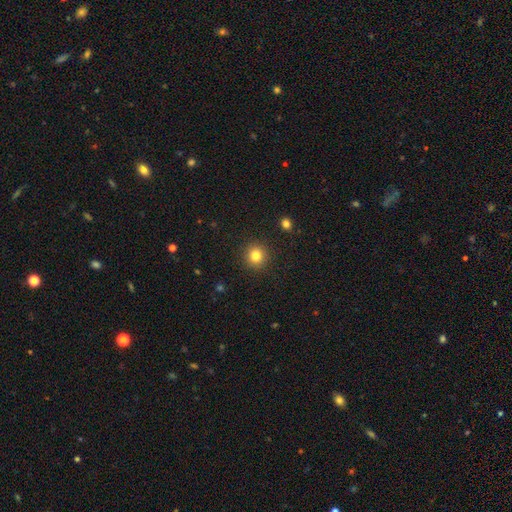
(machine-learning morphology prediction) Overall: smooth (82%). How rounded: round (93%). Merging: none (92%).